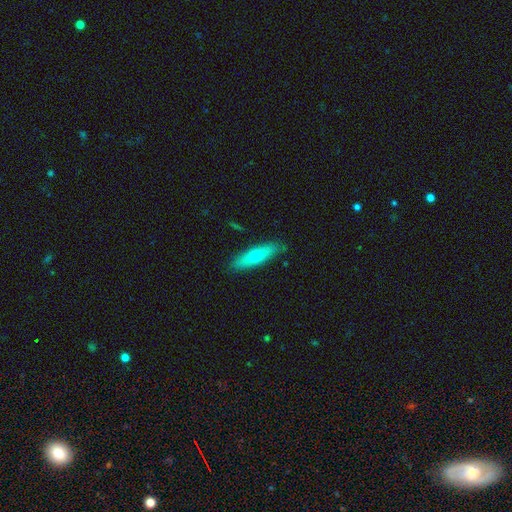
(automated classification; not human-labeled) A smooth galaxy with no disk features (58%) that is cigar-shaped (62%).

Vote fractions:
- Smooth or featured? smooth: 58% / featured or disk: 36% / star or artifact: 6%
- How rounded? cigar-shaped: 62% / in between: 36% / round: 3%
- Merging? none: 85% / minor disturbance: 12% / major disturbance: 2% / merger: 1%